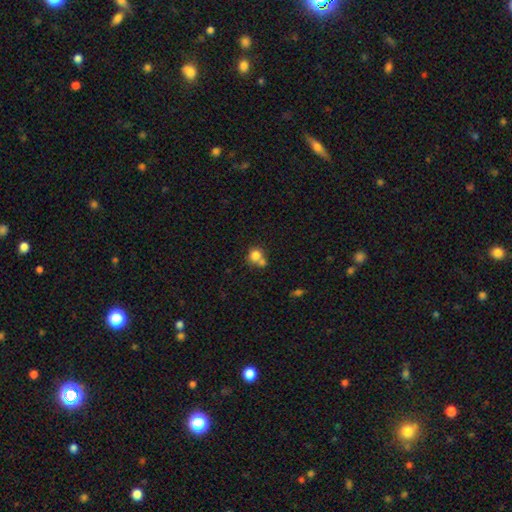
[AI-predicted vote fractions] A smooth galaxy with no disk features (78%) that is round (81%). Merging: merger (45%).